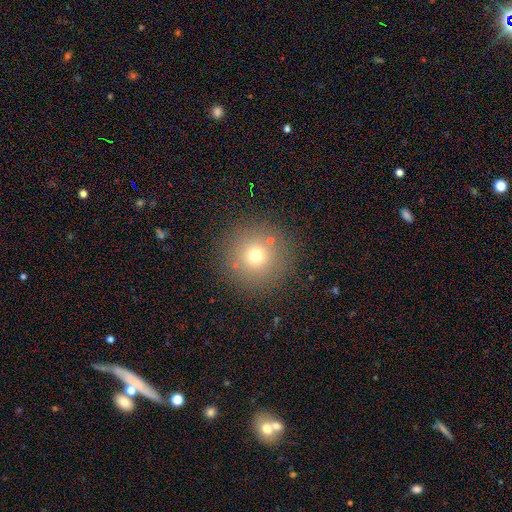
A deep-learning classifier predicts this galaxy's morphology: smooth 69%, star or artifact 19%, featured or disk 12%. Down the decision tree: how rounded — round (96%); merging — none (87%).